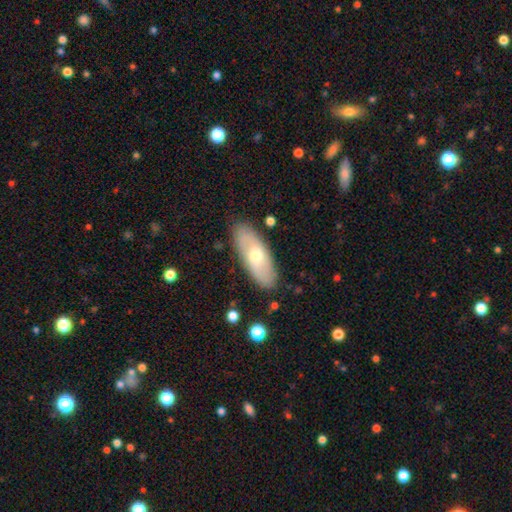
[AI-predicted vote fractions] Morphology: type=smooth (52%); roundness=in between (79%); merging=none (86%).